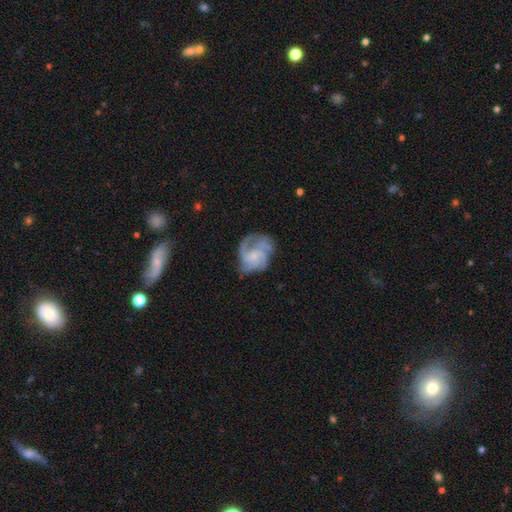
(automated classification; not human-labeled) The model was most divided on "spiral winding": medium: 47%, tight: 38%, loose: 15%. Remaining: edge-on disk — no (98%); spiral arms — yes (97%); smooth or featured — featured or disk (84%); bar — no (72%); merging — none (66%); bulge size — small (61%); spiral arm count — 3 (50%).